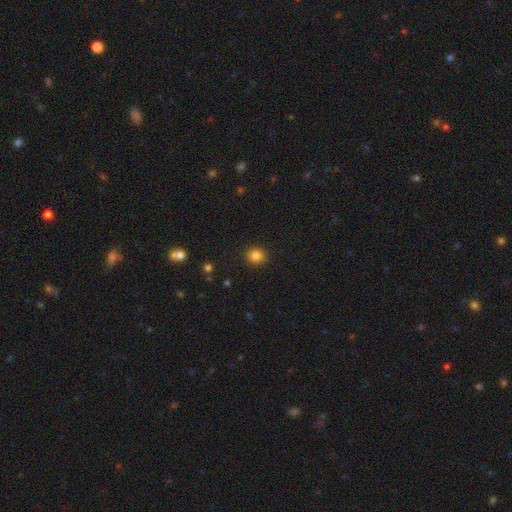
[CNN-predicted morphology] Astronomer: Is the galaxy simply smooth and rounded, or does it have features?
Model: smooth — 84%.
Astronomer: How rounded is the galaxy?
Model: round — 91%.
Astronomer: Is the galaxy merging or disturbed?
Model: none — 92%.